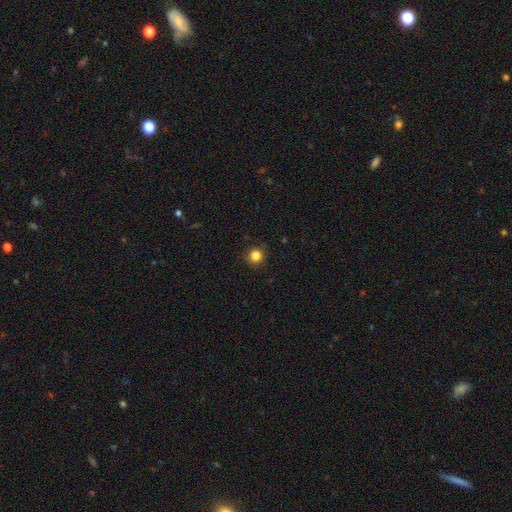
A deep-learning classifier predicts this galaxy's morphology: A smooth galaxy with no disk features (84%) that is round (94%). Merging: none (89%).